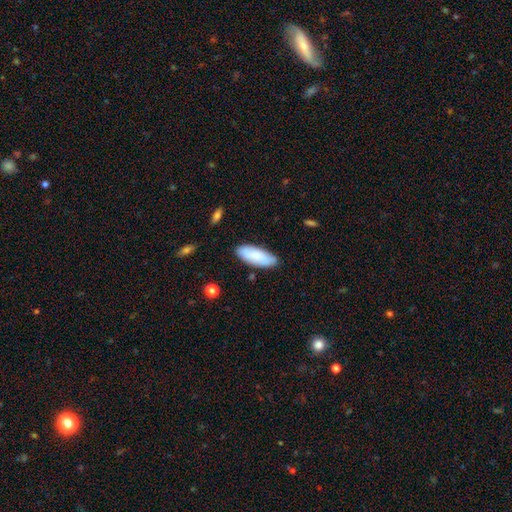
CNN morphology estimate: Smooth or featured: smooth — 85% (featured or disk — 9%)
How rounded: in between — 76% (cigar-shaped — 23%)
Merging: none — 83% (minor disturbance — 13%)